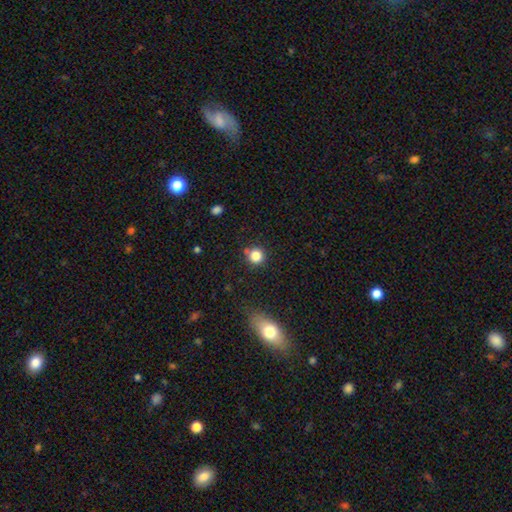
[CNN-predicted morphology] This appears to be a smooth galaxy with no disk features (84%) that is round (92%). Merging: none (78%).